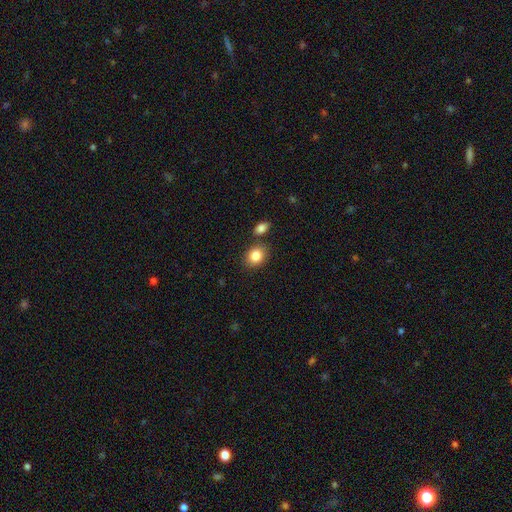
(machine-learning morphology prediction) Overall: smooth (85%). How rounded: in between (56%; round 43%). Merging: none (75%).